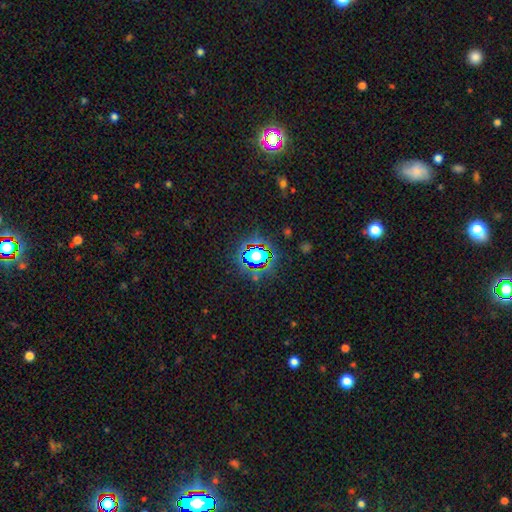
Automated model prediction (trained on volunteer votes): star or artifact 61%, smooth 28%, featured or disk 11%.